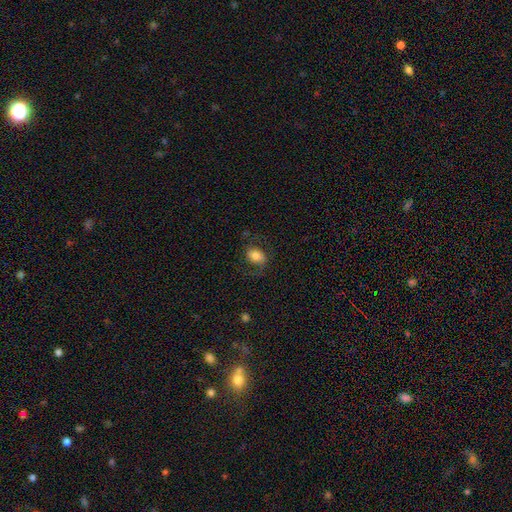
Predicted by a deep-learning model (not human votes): smooth 66%, featured or disk 25%, star or artifact 9%. Down the decision tree: how rounded — in between (74%); merging — none (66%).